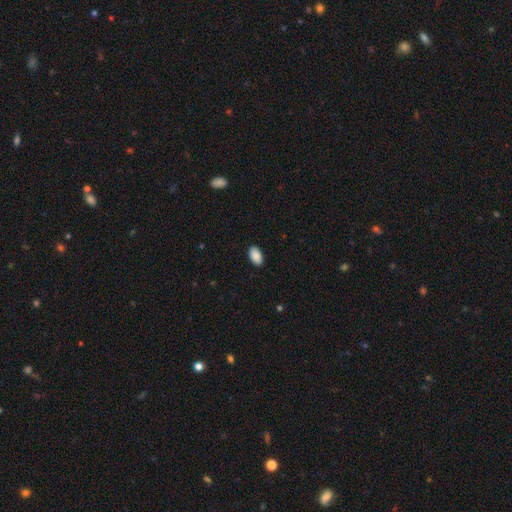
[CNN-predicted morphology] Smooth or featured? Predicted: smooth (p=0.89). How rounded? Predicted: in between (p=0.94). Merging? Predicted: none (p=0.89).